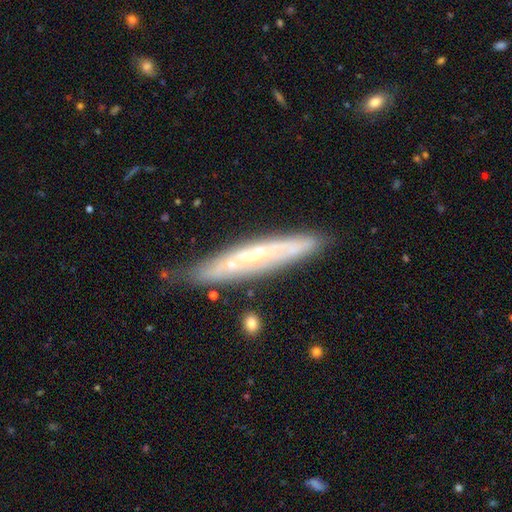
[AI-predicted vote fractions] Smooth or featured? featured or disk (65%)
Edge-on disk? yes (67%)
Merging? none (75%)